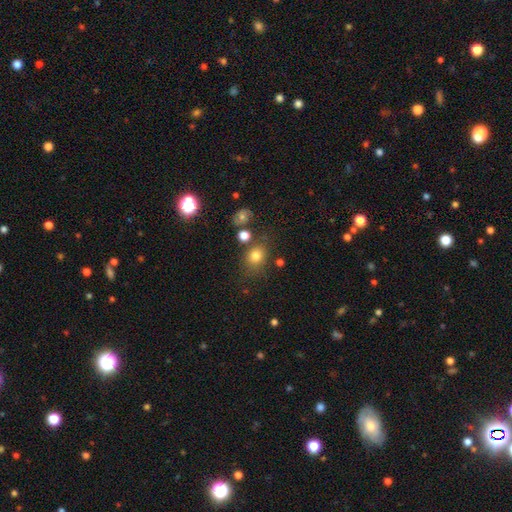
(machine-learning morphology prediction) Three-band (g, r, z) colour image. It shows a smooth galaxy with no disk features (76%) that is round (64%). Merging: none (71%).